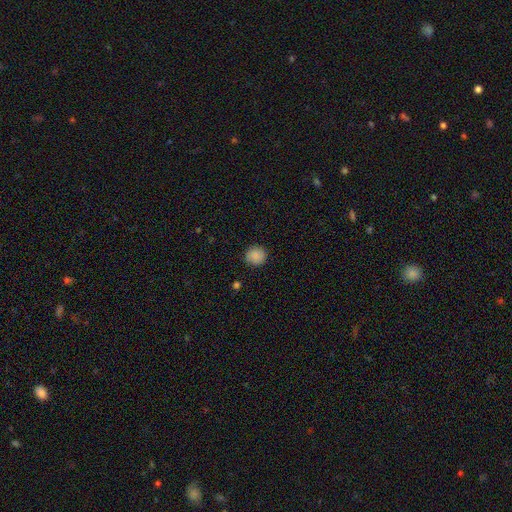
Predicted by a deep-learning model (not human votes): Smooth or featured?
  - smooth: 86% *
  - star or artifact: 8%
  - featured or disk: 6%
How rounded?
  - round: 91% *
  - in between: 8%
  - cigar-shaped: 1%
Merging?
  - none: 87% *
  - minor disturbance: 10%
  - major disturbance: 2%
  - merger: 1%